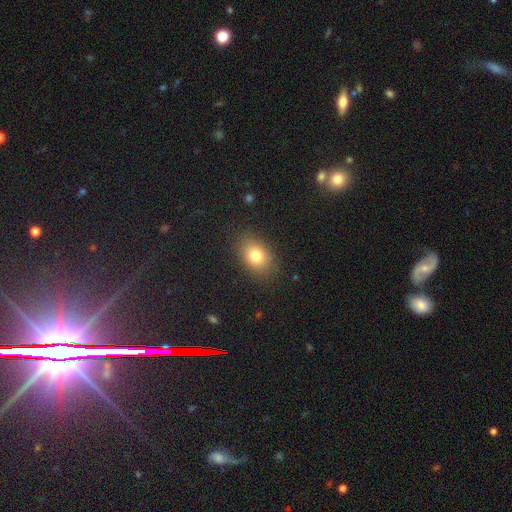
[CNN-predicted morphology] The model was most divided on "how rounded": in between: 74%, round: 25%, cigar-shaped: 1%. More confident: merging — none (84%); smooth or featured — smooth (78%).